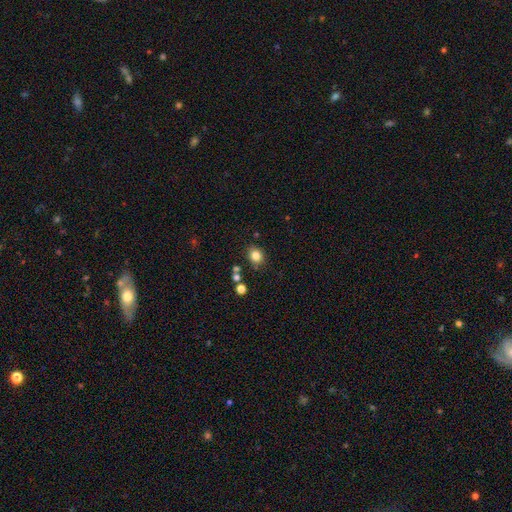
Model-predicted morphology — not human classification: Smooth or featured?
  - smooth: 82% *
  - star or artifact: 12%
  - featured or disk: 6%
How rounded?
  - round: 63% *
  - in between: 36%
  - cigar-shaped: 1%
Merging?
  - none: 82% *
  - minor disturbance: 11%
  - merger: 4%
  - major disturbance: 3%